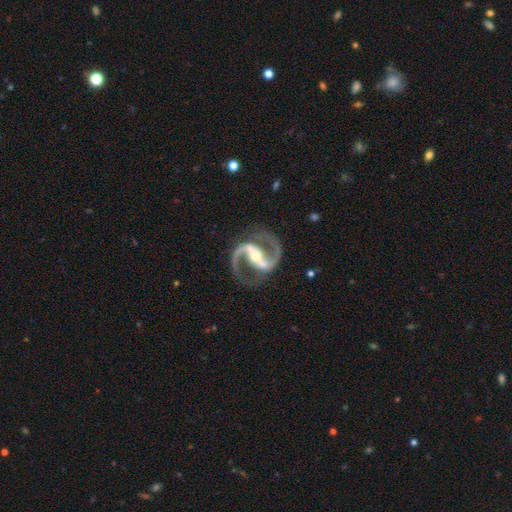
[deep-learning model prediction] smooth_or_featured: featured or disk (p=0.94) [alt: star or artifact p=0.04]
disk_edge_on: no (p=0.98) [alt: yes p=0.02]
bar: strong (p=0.69) [alt: weak p=0.22]
has_spiral_arms: yes (p=0.98) [alt: no p=0.02]
spiral_winding: medium (p=0.67) [alt: loose p=0.21]
spiral_arm_count: 2 (p=0.95) [alt: 1 p=0.01]
bulge_size: moderate (p=0.47) [alt: small p=0.45]
merging: none (p=0.84) [alt: minor disturbance p=0.10]